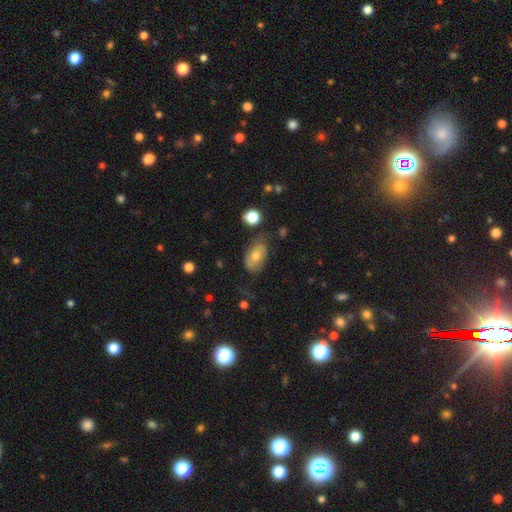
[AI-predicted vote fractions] Smooth or featured: smooth — 58% (featured or disk — 33%)
How rounded: in between — 88% (round — 10%)
Merging: none — 56% (minor disturbance — 28%)